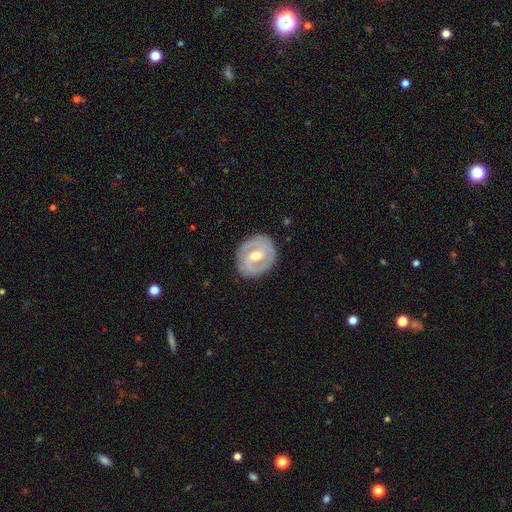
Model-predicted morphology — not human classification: Smooth or featured? featured or disk (75%)
Edge-on disk? no (96%)
Bar? weak (49%)
Spiral arms? yes (77%)
Spiral winding? tight (57%)
Spiral arm count? 2 (69%)
Bulge size? moderate (71%)
Merging? none (84%)